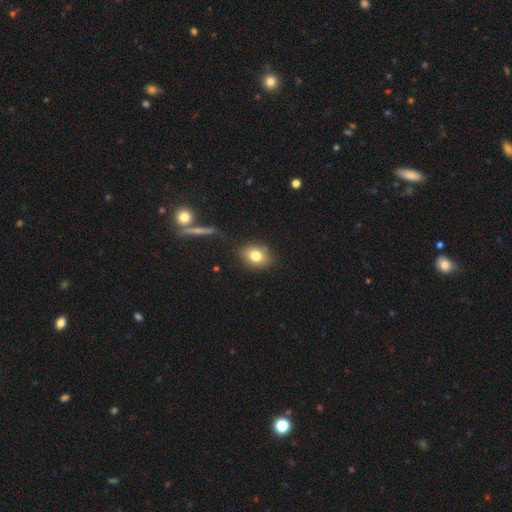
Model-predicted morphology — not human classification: Overall: smooth (80%). How rounded: in between (60%; round 39%). Merging: none (82%).